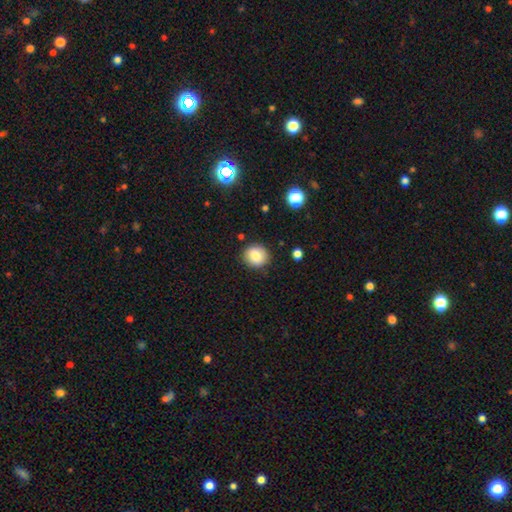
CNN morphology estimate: A smooth galaxy with no disk features (81%) that is round (85%).

Vote fractions:
- Smooth or featured? smooth: 81% / star or artifact: 10% / featured or disk: 9%
- How rounded? round: 85% / in between: 14% / cigar-shaped: 1%
- Merging? none: 87% / minor disturbance: 9% / major disturbance: 2% / merger: 2%